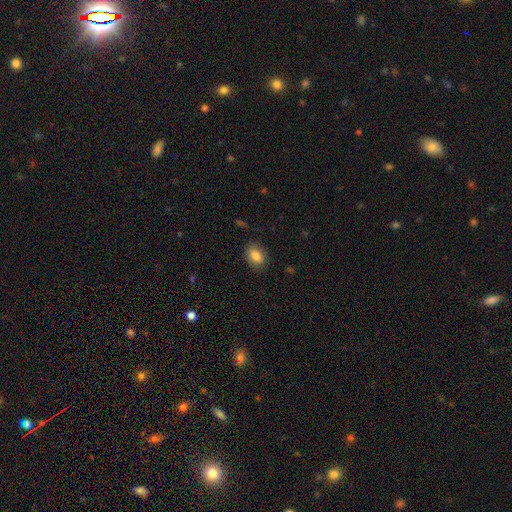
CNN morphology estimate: A smooth galaxy with no disk features (85%) that is in between round and cigar-shaped (85%). Merging: none (84%).